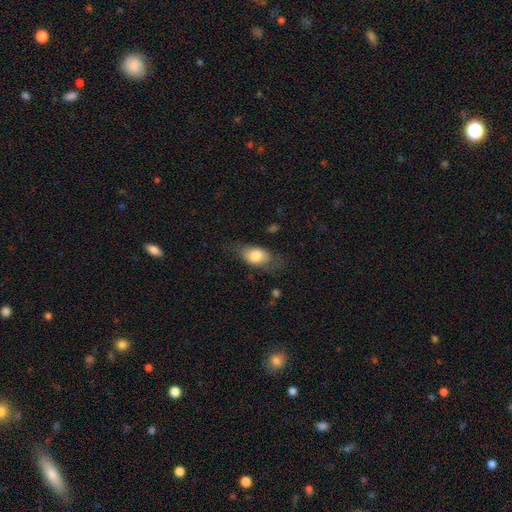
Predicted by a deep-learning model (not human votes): Overall: smooth (73%). How rounded: in between (84%). Merging: none (57%; minor disturbance 26%).